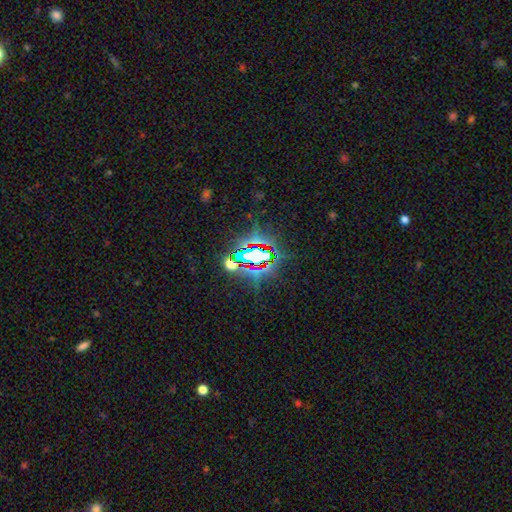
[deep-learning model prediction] This appears to be a star or artifact, not a galaxy (76%).